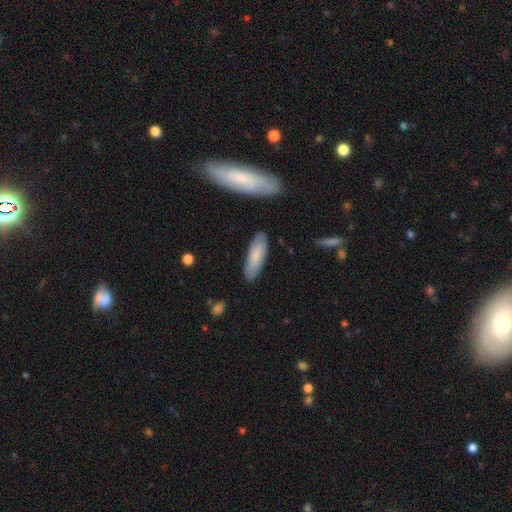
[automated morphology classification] smooth_or_featured: smooth (p=0.74) [alt: featured or disk p=0.20]
how_rounded: cigar-shaped (p=0.49) [tied with: in between p=0.49]
merging: none (p=0.83) [alt: minor disturbance p=0.12]